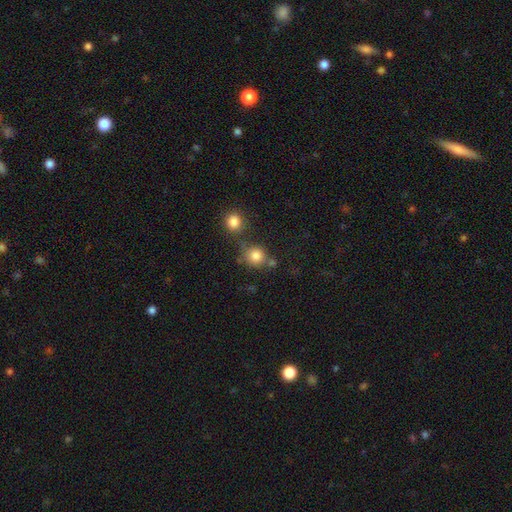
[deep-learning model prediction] Smooth or featured?
  - smooth: 82% *
  - star or artifact: 11%
  - featured or disk: 7%
How rounded?
  - round: 90% *
  - in between: 9%
  - cigar-shaped: 1%
Merging?
  - none: 63% *
  - merger: 20%
  - minor disturbance: 12%
  - major disturbance: 5%